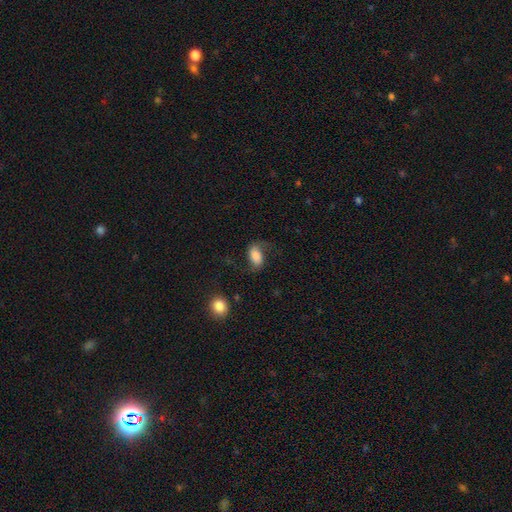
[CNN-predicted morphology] This is possibly a smooth galaxy (52%). How rounded: clearly in between (88%). Merging: possibly none (58%).